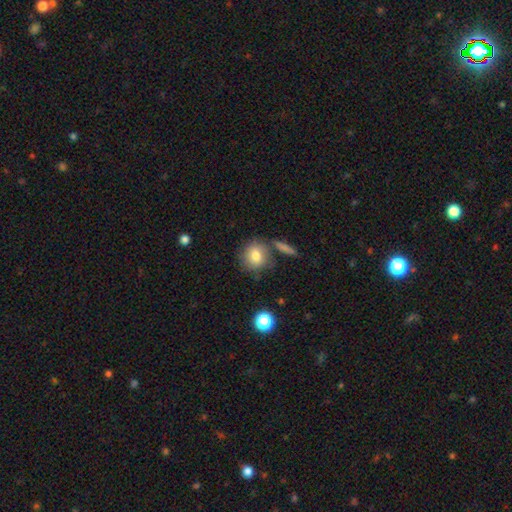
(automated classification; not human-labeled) Morphology: type=smooth (79%); roundness=round (79%); merging=none (70%).